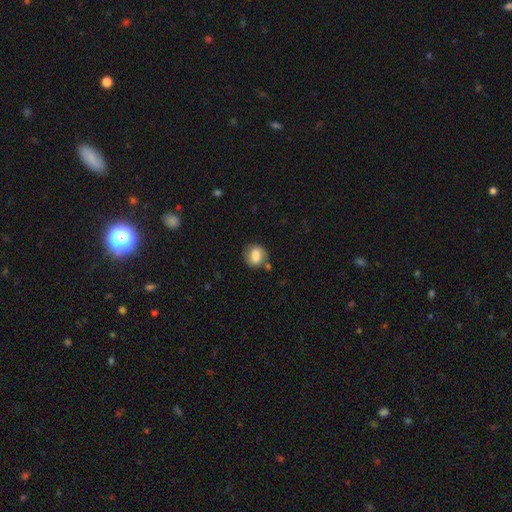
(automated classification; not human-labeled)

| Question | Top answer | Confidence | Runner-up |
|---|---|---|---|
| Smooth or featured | smooth | 75% | featured or disk (17%) |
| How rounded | round | 55% | in between (43%) |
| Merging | none | 68% | minor disturbance (19%) |